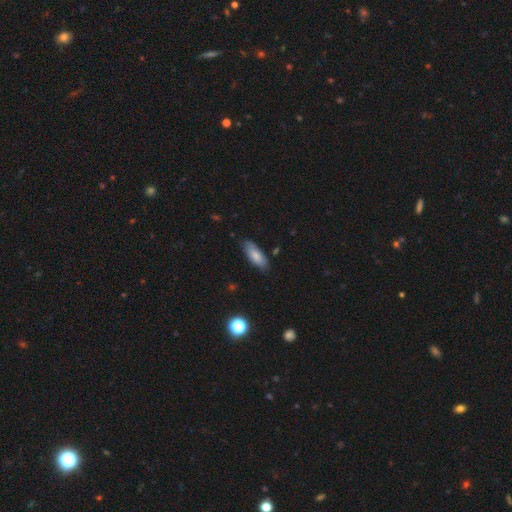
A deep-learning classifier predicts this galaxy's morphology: Smooth or featured?
  - smooth: 79% *
  - featured or disk: 14%
  - star or artifact: 7%
How rounded?
  - in between: 71% *
  - cigar-shaped: 28%
  - round: 2%
Merging?
  - none: 79% *
  - minor disturbance: 17%
  - major disturbance: 3%
  - merger: 2%